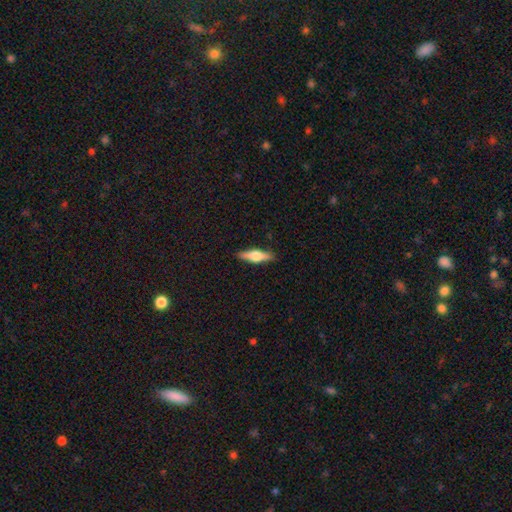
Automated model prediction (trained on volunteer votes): This is possibly a featured or disk galaxy (49%). Merging: clearly none (89%).